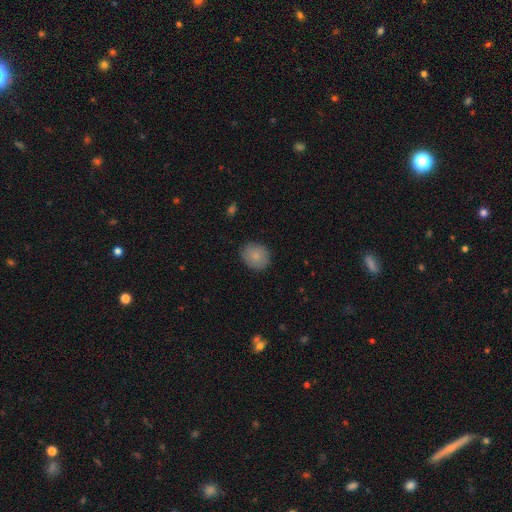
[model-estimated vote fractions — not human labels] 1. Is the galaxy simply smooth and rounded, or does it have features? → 85% smooth, 8% star or artifact, 7% featured or disk.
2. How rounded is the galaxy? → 73% round, 26% in between, 1% cigar-shaped.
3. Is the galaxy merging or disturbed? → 87% none, 9% minor disturbance, 2% major disturbance, 1% merger.